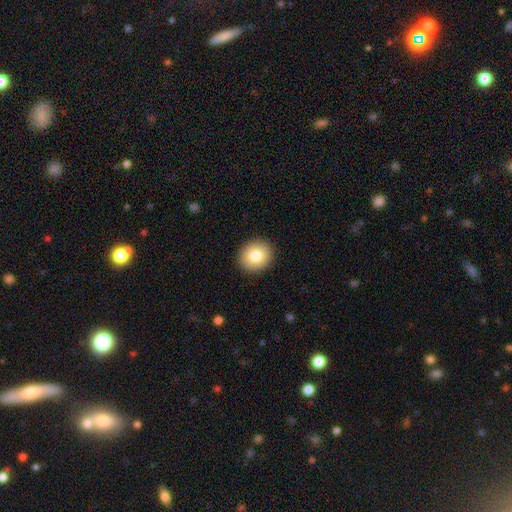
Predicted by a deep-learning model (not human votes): Morphology: type=smooth (81%); roundness=round (78%); merging=none (92%).